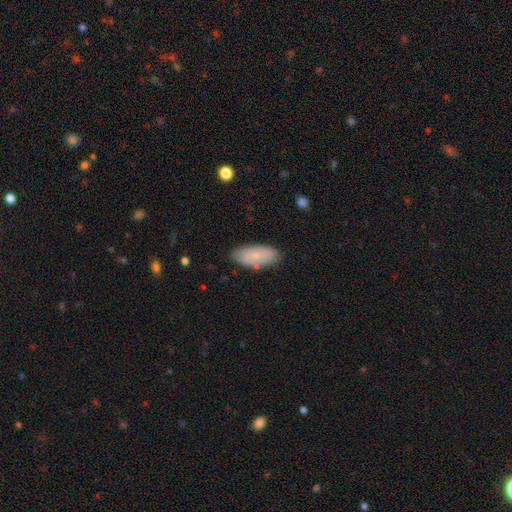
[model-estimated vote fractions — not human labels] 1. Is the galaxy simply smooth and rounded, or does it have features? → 68% smooth, 26% featured or disk, 7% star or artifact.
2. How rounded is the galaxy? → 87% in between, 11% cigar-shaped, 2% round.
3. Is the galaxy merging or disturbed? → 81% none, 15% minor disturbance, 3% major disturbance, 2% merger.